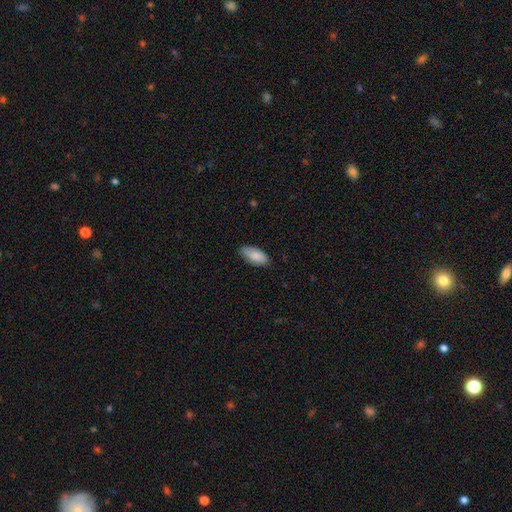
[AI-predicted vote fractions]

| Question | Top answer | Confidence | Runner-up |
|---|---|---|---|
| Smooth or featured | smooth | 86% | featured or disk (8%) |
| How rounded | in between | 92% | cigar-shaped (7%) |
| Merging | none | 82% | minor disturbance (15%) |